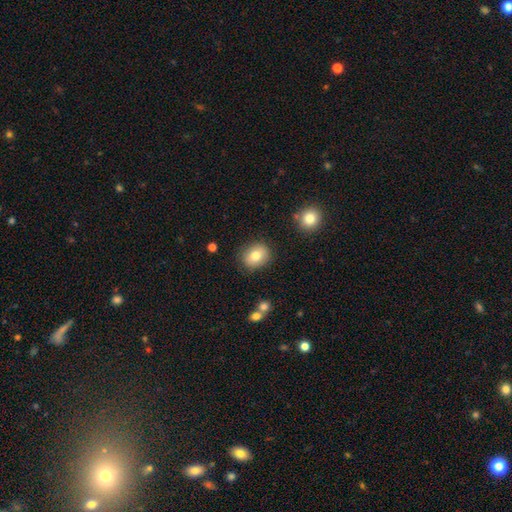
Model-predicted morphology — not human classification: A smooth galaxy with no disk features (78%) that is round (58%).

Vote fractions:
- Smooth or featured? smooth: 78% / featured or disk: 12% / star or artifact: 9%
- How rounded? round: 58% / in between: 41% / cigar-shaped: 1%
- Merging? none: 85% / minor disturbance: 10% / major disturbance: 3% / merger: 2%